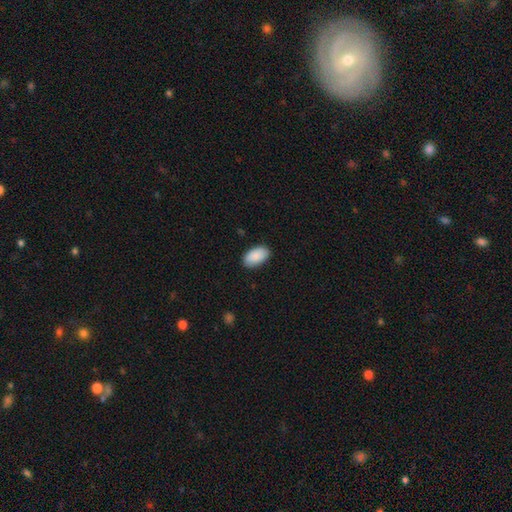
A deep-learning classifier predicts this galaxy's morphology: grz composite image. It shows a smooth galaxy with no disk features (91%) that is in between round and cigar-shaped (96%). Merging: none (88%).